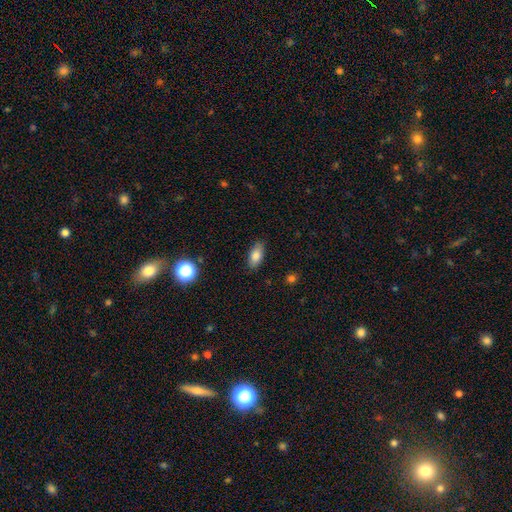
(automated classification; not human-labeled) smooth-or-featured: smooth: 81% | featured or disk: 10% | star or artifact: 8%
  how-rounded: in between: 86% | cigar-shaped: 10% | round: 4%
  merging: none: 86% | minor disturbance: 10% | major disturbance: 2% | merger: 1%